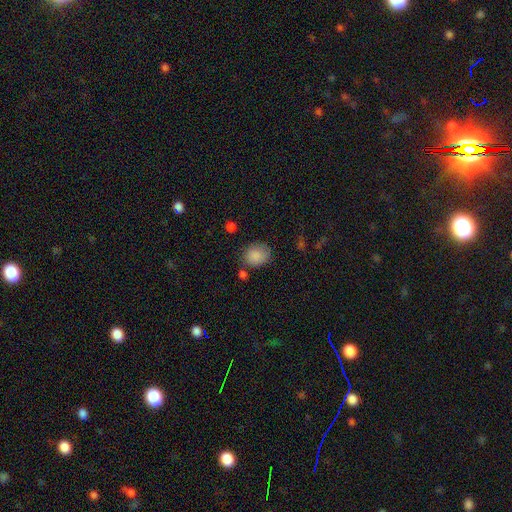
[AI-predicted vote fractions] smooth_or_featured: smooth (p=0.86) [alt: star or artifact p=0.08]
how_rounded: round (p=0.63) [alt: in between p=0.36]
merging: none (p=0.69) [alt: minor disturbance p=0.19]